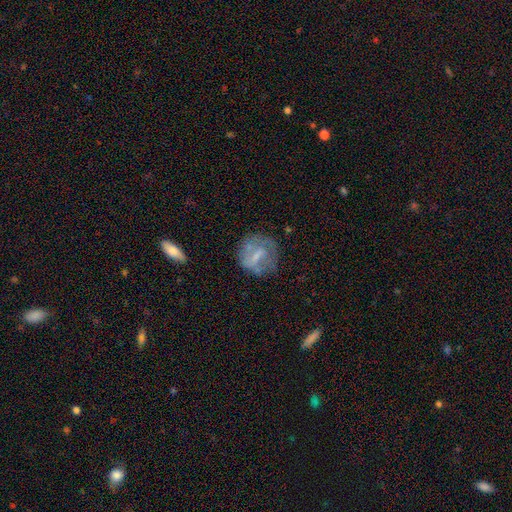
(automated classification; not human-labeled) The model was most divided on "smooth or featured": featured or disk: 49%, smooth: 42%, star or artifact: 9%. More confident: merging — none (57%).